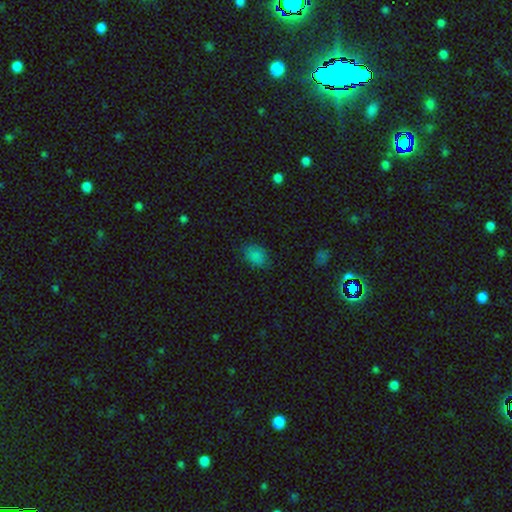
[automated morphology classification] A smooth galaxy with no disk features (83%) that is in between round and cigar-shaped (81%).

Vote fractions:
- Smooth or featured? smooth: 83% / star or artifact: 13% / featured or disk: 5%
- How rounded? in between: 81% / round: 18% / cigar-shaped: 1%
- Merging? none: 78% / minor disturbance: 17% / major disturbance: 4% / merger: 1%